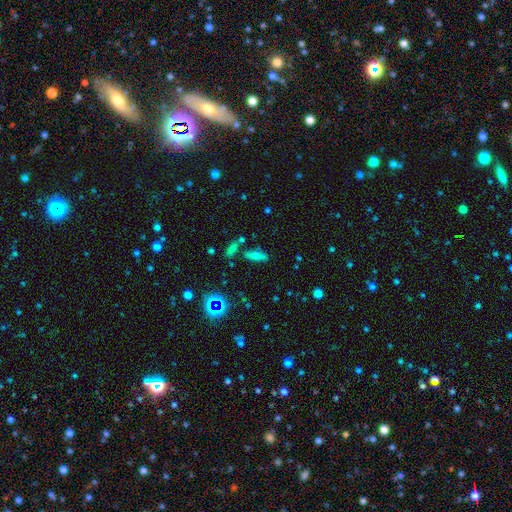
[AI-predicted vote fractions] A smooth galaxy with no disk features (56%) that is in between round and cigar-shaped (63%).

Vote fractions:
- Smooth or featured? smooth: 56% / featured or disk: 25% / star or artifact: 19%
- How rounded? in between: 63% / cigar-shaped: 31% / round: 6%
- Merging? none: 70% / minor disturbance: 14% / merger: 12% / major disturbance: 4%